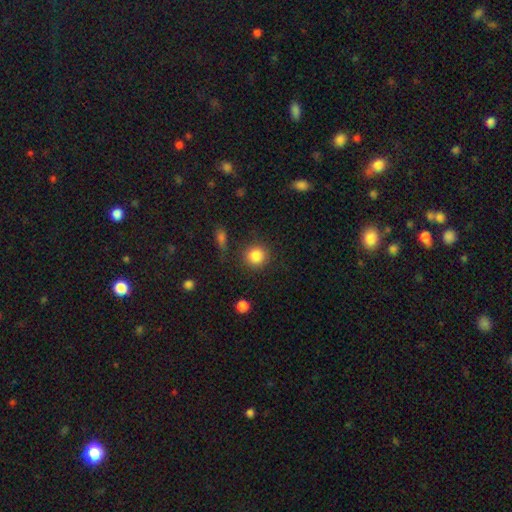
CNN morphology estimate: This appears to be a smooth galaxy with no disk features (85%) that is round (91%). Merging: none (84%).